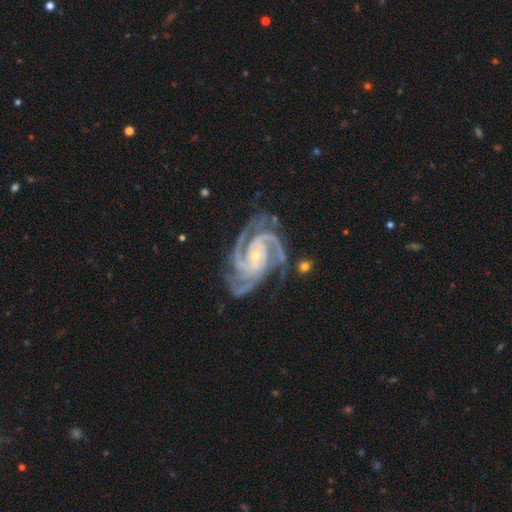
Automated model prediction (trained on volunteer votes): featured or disk 94%, star or artifact 4%, smooth 2%. Down the decision tree: edge-on disk — no (98%); bar — no (59%); spiral arms — yes (99%); spiral arm count — 3 (49%); spiral winding — tight (63%); bulge size — small (75%); merging — none (65%).